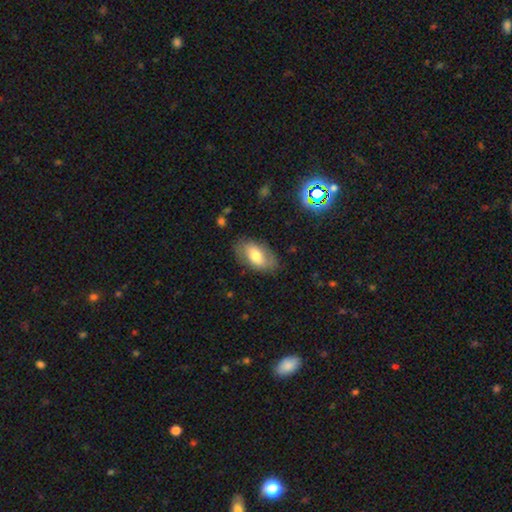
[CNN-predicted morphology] smooth_or_featured: smooth (p=0.60) [alt: featured or disk p=0.33]
how_rounded: in between (p=0.92) [alt: round p=0.05]
merging: none (p=0.78) [alt: minor disturbance p=0.16]